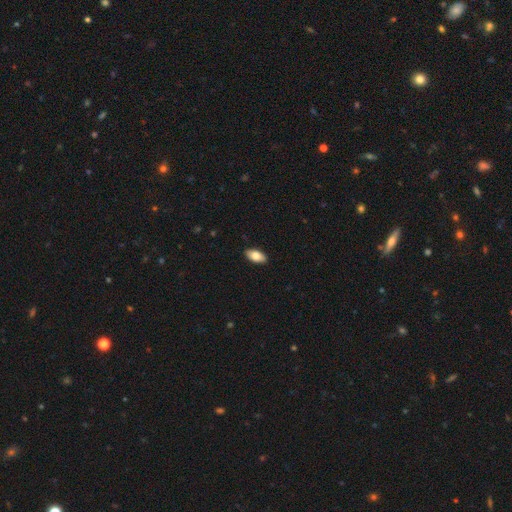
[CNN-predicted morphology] smooth 82%, featured or disk 12%, star or artifact 6%. Down the decision tree: how rounded — in between (93%); merging — none (90%).